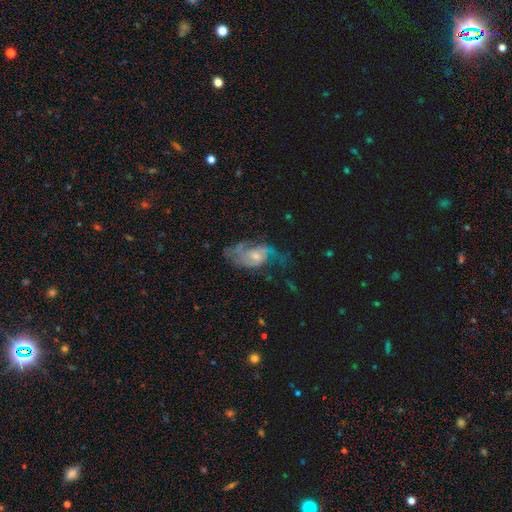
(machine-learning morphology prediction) smooth-or-featured: featured or disk: 69% | smooth: 22% | star or artifact: 8%
  disk-edge-on: no: 95% | yes: 5%
    bar: no: 63% | weak: 32% | strong: 5%
    has-spiral-arms: yes: 78% | no: 22%
      spiral-winding: medium: 42% | loose: 33% | tight: 25%
      spiral-arm-count: 2: 51% | can't tell: 29% | 1: 8% | 3: 7% | 4: 3% | more than 4: 2%
    bulge-size: small: 50% | moderate: 40% | none: 5% | large: 4% | dominant: 1%
  merging: none: 39% | major disturbance: 33% | minor disturbance: 25% | merger: 3%